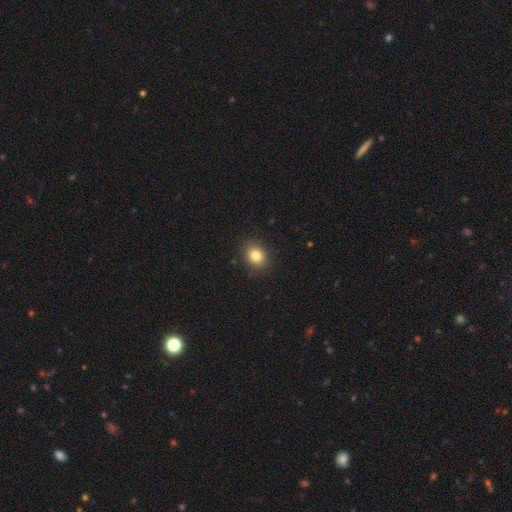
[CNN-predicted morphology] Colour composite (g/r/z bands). It shows a smooth galaxy with no disk features (82%) that is round (58%). Merging: none (88%).